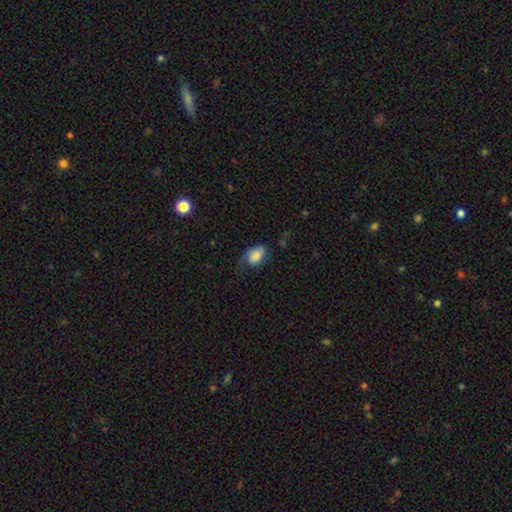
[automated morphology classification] The model was most divided on "merging": none: 41%, minor disturbance: 33%, major disturbance: 24%, merger: 2%. More confident: how rounded — in between (85%); smooth or featured — smooth (70%).